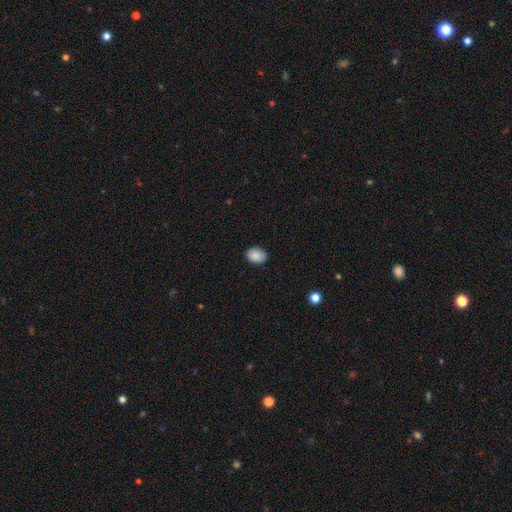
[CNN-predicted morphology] Smooth or featured? smooth (88%)
How rounded? in between (72%)
Merging? none (87%)